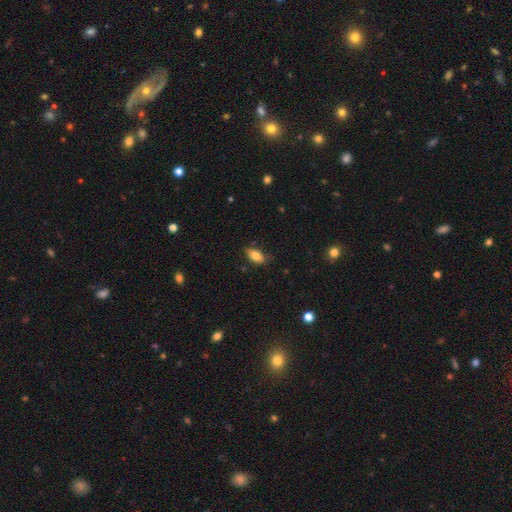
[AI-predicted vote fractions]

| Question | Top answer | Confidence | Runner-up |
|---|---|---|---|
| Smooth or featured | smooth | 81% | featured or disk (11%) |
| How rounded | in between | 88% | cigar-shaped (8%) |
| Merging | none | 75% | minor disturbance (20%) |